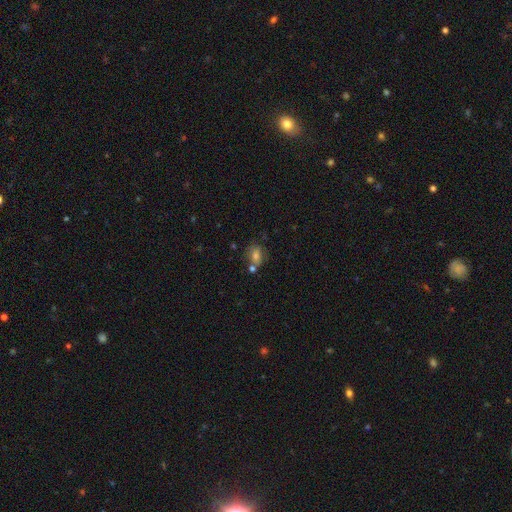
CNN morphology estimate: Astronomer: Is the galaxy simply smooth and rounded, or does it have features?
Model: smooth — 65%.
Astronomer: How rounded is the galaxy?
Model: in between — 59% (runner-up: round, 39%).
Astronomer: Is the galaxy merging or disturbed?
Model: none — 59%.